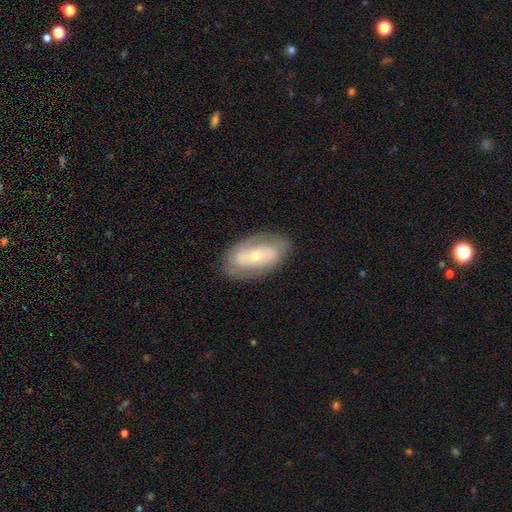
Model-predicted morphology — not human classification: This is likely a featured or disk galaxy (68%). It is clearly not viewed edge-on (93%). Bar: possibly no (57%). Spiral arm pattern: likely yes (67%). Central bulge: possibly small (49%). Merging: likely none (78%).